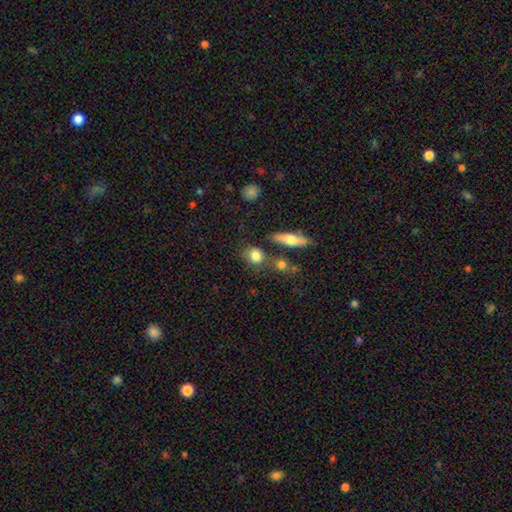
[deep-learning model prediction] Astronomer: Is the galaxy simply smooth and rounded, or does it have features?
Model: smooth — 81%.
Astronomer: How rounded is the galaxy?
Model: round — 60% (runner-up: in between, 35%).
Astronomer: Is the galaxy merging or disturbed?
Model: none — 67%.